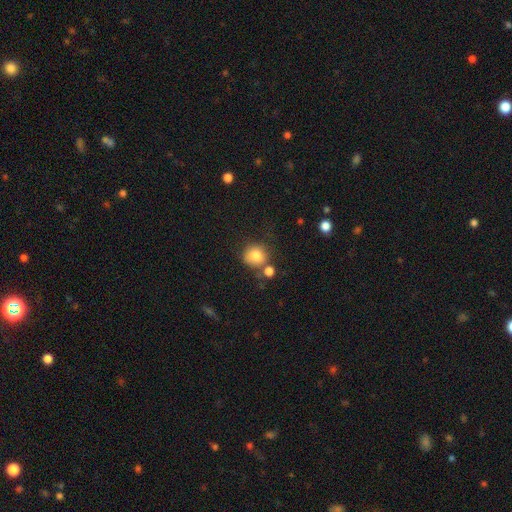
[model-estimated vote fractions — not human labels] Q: Smooth or featured?
A: smooth (81%); runner-up: star or artifact (10%)
Q: How rounded?
A: round (86%); runner-up: in between (13%)
Q: Merging?
A: none (62%); runner-up: merger (18%)